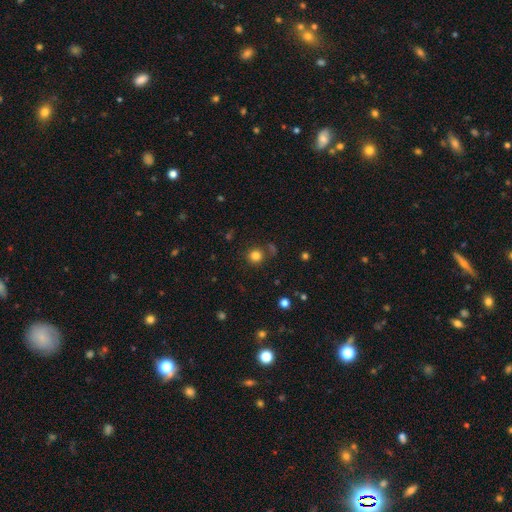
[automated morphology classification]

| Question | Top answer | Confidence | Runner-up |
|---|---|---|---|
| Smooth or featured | smooth | 81% | star or artifact (14%) |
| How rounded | round | 92% | in between (7%) |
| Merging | none | 81% | minor disturbance (9%) |